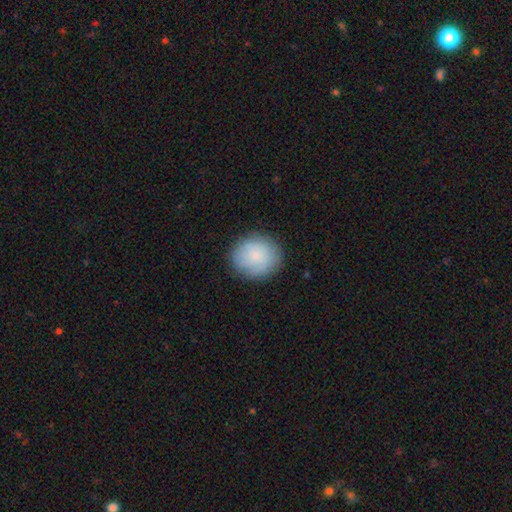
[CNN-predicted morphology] smooth-or-featured: smooth: 77% | featured or disk: 16% | star or artifact: 7%
  how-rounded: round: 84% | in between: 15% | cigar-shaped: 1%
  merging: none: 84% | minor disturbance: 12% | major disturbance: 3% | merger: 1%